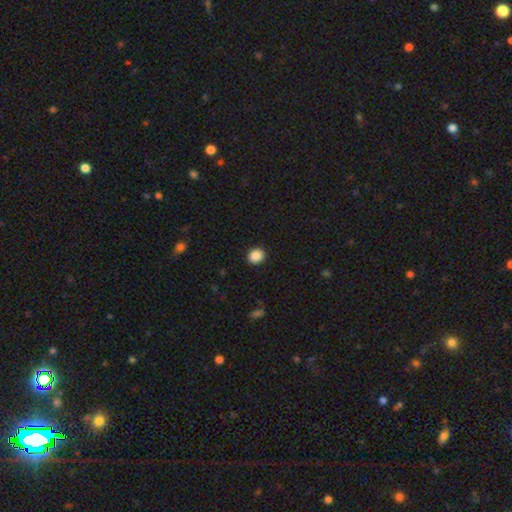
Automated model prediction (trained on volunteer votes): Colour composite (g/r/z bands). It shows a smooth galaxy with no disk features (88%) that is round (70%). Merging: none (90%).